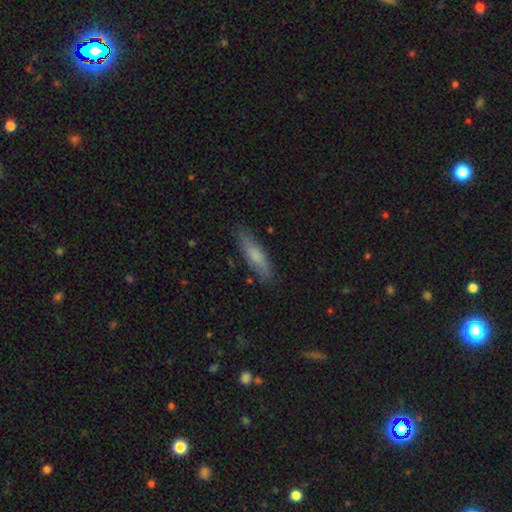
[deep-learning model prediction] Smooth or featured: smooth — 70% (featured or disk — 24%)
How rounded: cigar-shaped — 73% (in between — 26%)
Merging: none — 83% (minor disturbance — 13%)